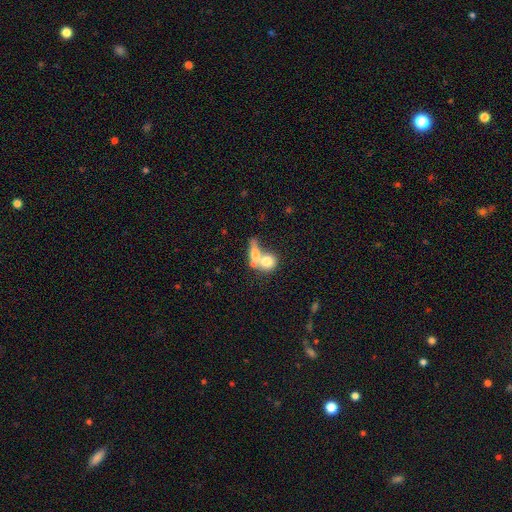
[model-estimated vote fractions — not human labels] Smooth or featured? smooth (67%)
How rounded? in between (46%)
Merging? merger (67%)